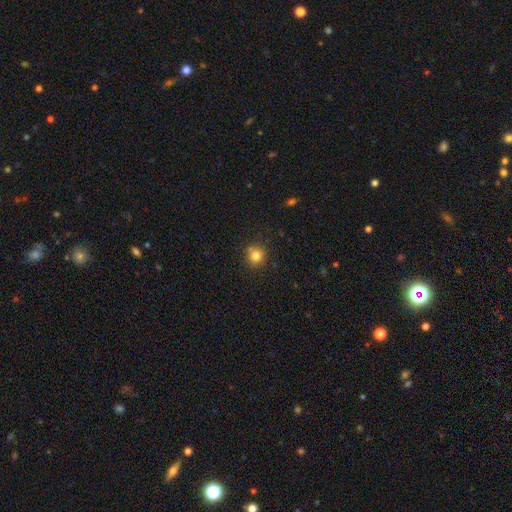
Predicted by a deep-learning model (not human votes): Smooth or featured: smooth — 80% (star or artifact — 13%)
How rounded: round — 89% (in between — 10%)
Merging: none — 83% (minor disturbance — 11%)